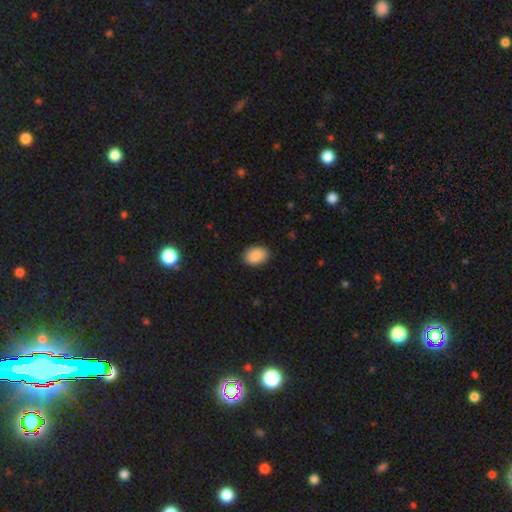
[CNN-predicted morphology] Smooth or featured: smooth — 89% (star or artifact — 7%)
How rounded: in between — 75% (round — 24%)
Merging: none — 87% (minor disturbance — 10%)